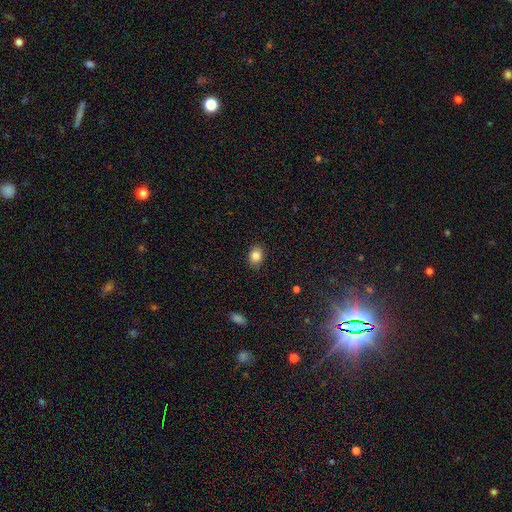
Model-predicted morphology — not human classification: A smooth galaxy with no disk features (84%) that is in between round and cigar-shaped (65%).

Vote fractions:
- Smooth or featured? smooth: 84% / star or artifact: 9% / featured or disk: 7%
- How rounded? in between: 65% / round: 34% / cigar-shaped: 1%
- Merging? none: 88% / minor disturbance: 9% / major disturbance: 2% / merger: 1%